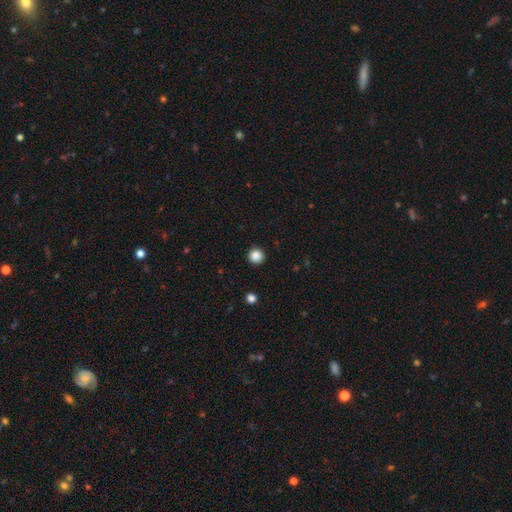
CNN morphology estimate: Smooth or featured: smooth — 87% (star or artifact — 10%)
How rounded: round — 95% (in between — 4%)
Merging: none — 93% (minor disturbance — 5%)